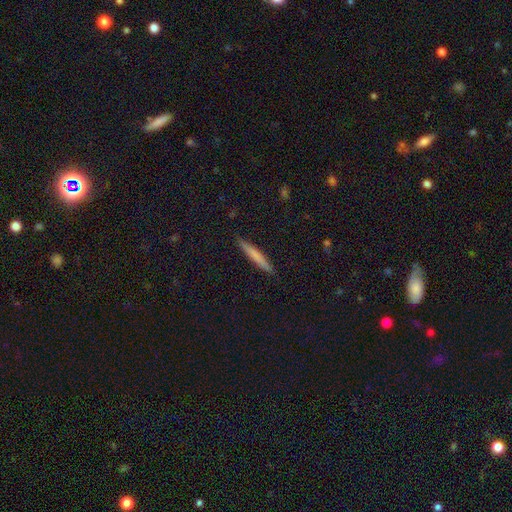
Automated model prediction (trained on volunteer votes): Morphology: type=smooth (68%); roundness=cigar-shaped (95%); merging=none (91%).